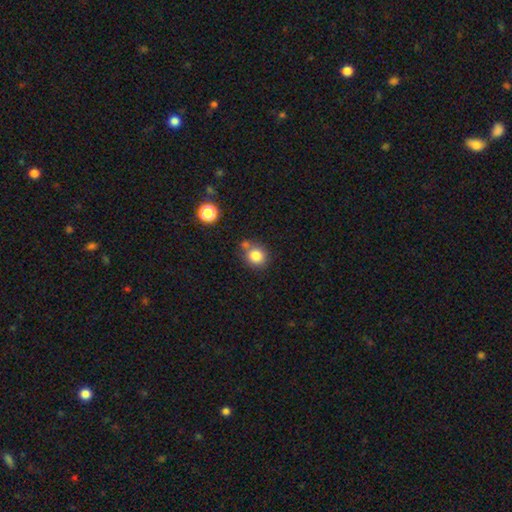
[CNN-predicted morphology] smooth_or_featured: smooth (p=0.82) [alt: star or artifact p=0.11]
how_rounded: round (p=0.84) [alt: in between p=0.15]
merging: none (p=0.63) [alt: merger p=0.19]